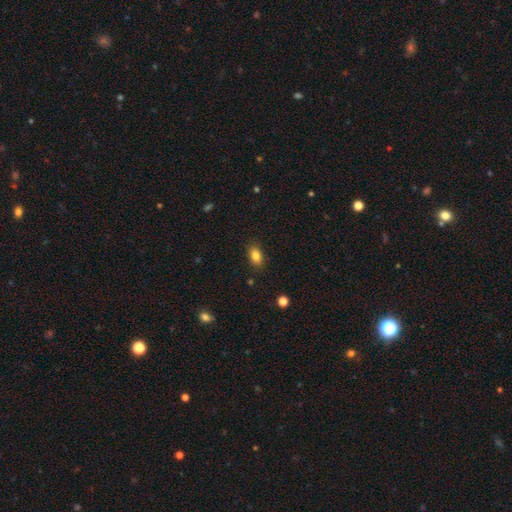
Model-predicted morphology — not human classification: A smooth galaxy with no disk features (84%) that is in between round and cigar-shaped (85%). Merging: none (86%).